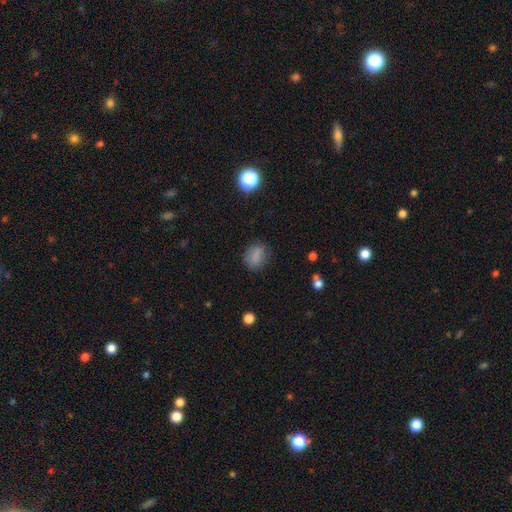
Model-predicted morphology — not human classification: smooth 80%, star or artifact 12%, featured or disk 7%. Down the decision tree: how rounded — round (56%); merging — none (76%).